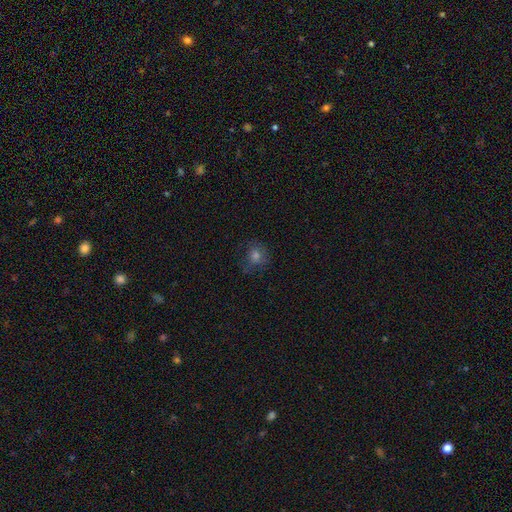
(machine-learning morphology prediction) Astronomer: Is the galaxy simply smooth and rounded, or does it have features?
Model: smooth — 60%.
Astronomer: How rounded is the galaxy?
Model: round — 80%.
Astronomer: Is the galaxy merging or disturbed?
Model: none — 71%.